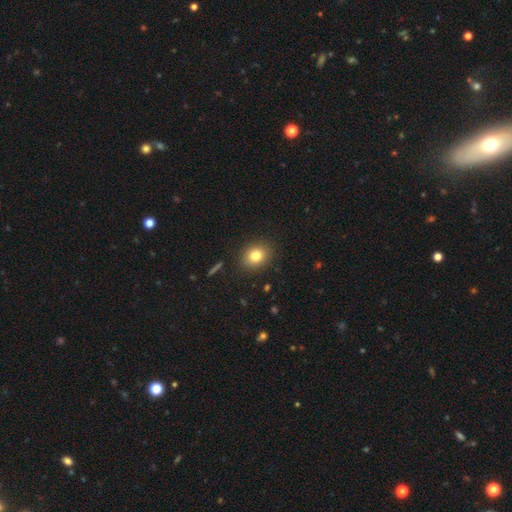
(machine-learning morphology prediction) This is likely a smooth galaxy (79%). How rounded: possibly round (55%). Merging: clearly none (88%).